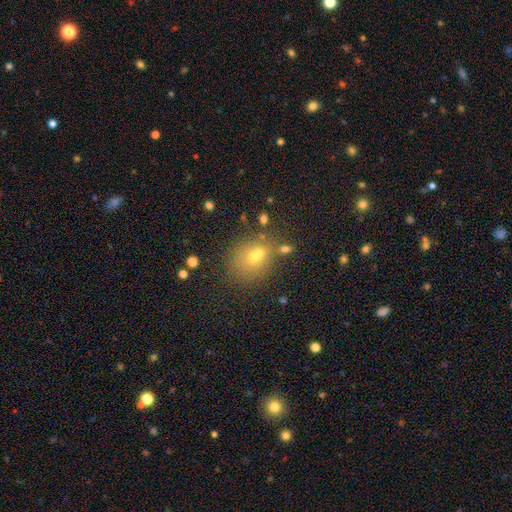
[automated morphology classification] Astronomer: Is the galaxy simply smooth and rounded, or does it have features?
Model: smooth — 60%.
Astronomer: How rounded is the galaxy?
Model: round — 50% (runner-up: in between, 48%).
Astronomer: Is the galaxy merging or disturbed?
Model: none — 52% (runner-up: merger, 27%).